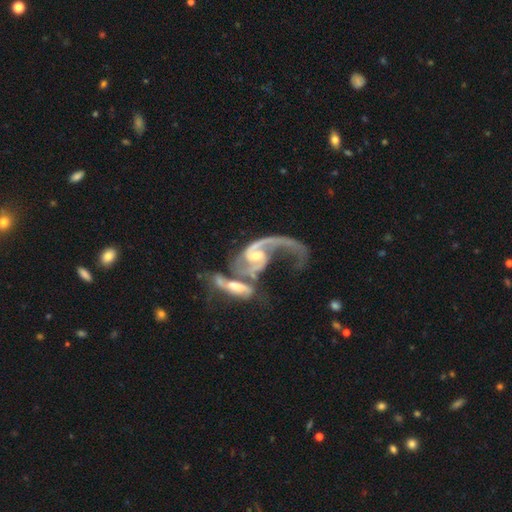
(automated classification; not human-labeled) This is clearly a featured or disk galaxy (89%). It is clearly not viewed edge-on (96%). Bar: marginally no (42%). Spiral arm pattern: clearly yes (96%). Spiral arm count: likely 2 (62%). Spiral winding: possibly loose (59%). Central bulge: possibly moderate (48%). Merging: possibly merger (56%).